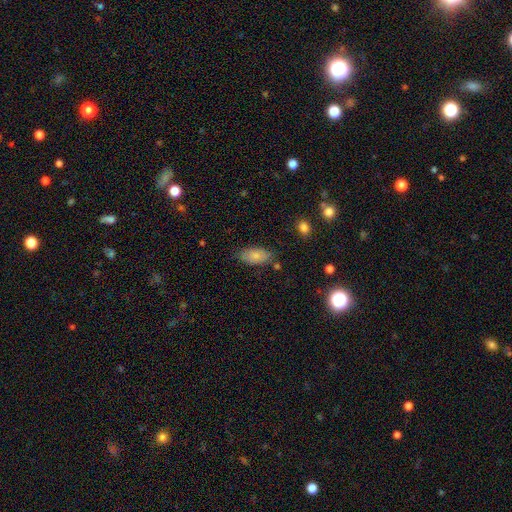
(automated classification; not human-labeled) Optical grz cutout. It shows a smooth galaxy with no disk features (79%) that is in between round and cigar-shaped (93%). Merging: none (73%).